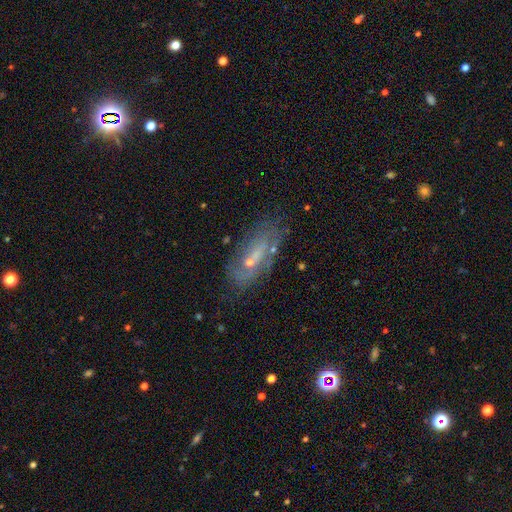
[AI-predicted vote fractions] A featured or disk galaxy (57%). Merging: none (62%).